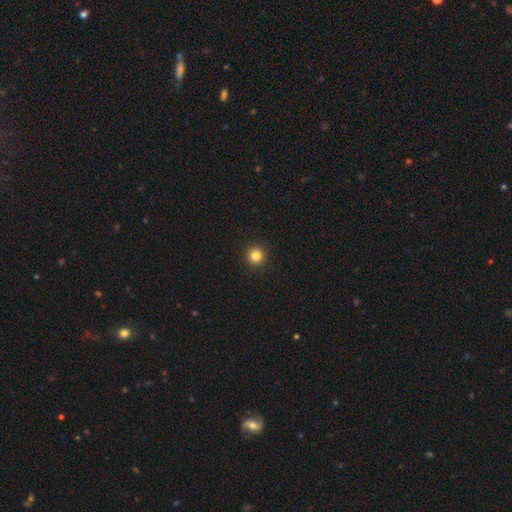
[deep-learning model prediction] smooth-or-featured: smooth: 83% | star or artifact: 13% | featured or disk: 5%
  how-rounded: round: 96% | in between: 3% | cigar-shaped: 1%
  merging: none: 93% | minor disturbance: 4% | major disturbance: 2% | merger: 1%